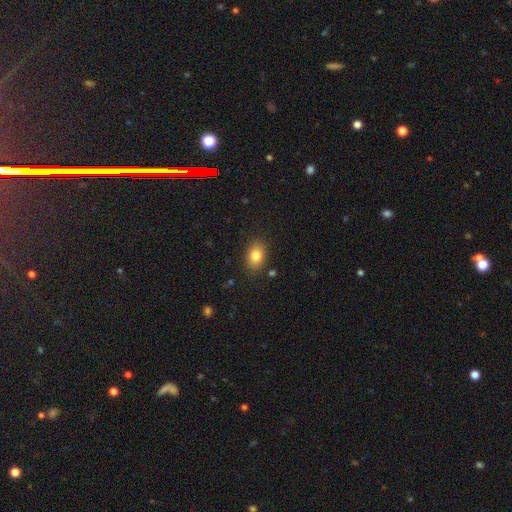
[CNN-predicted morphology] The model was most divided on "how rounded": in between: 81%, round: 18%, cigar-shaped: 1%. More confident: merging — none (85%); smooth or featured — smooth (83%).